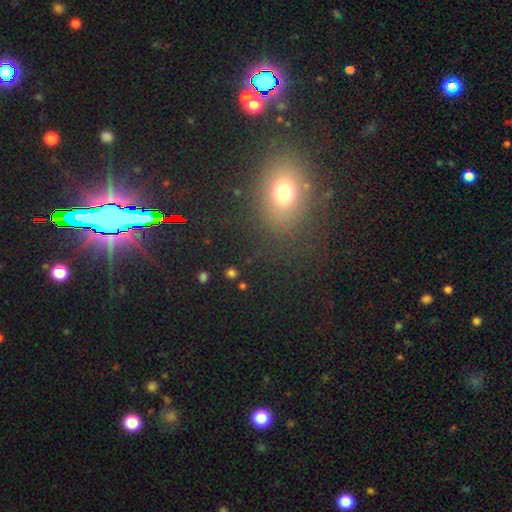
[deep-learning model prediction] This is possibly a smooth galaxy (47%). Merging: clearly none (87%).